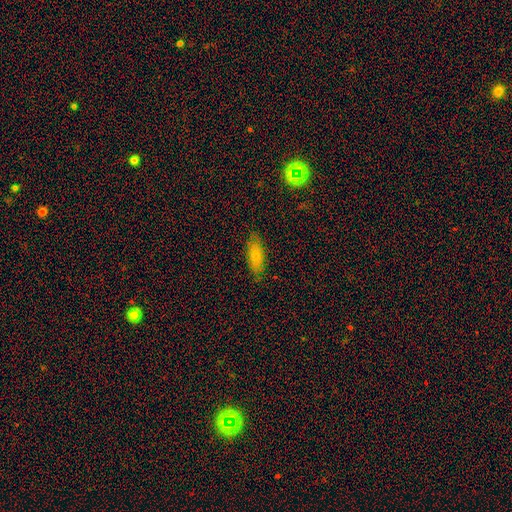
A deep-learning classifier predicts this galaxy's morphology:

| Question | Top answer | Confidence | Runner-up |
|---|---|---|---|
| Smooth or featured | smooth | 82% | featured or disk (10%) |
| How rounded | in between | 70% | cigar-shaped (28%) |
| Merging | none | 84% | minor disturbance (12%) |